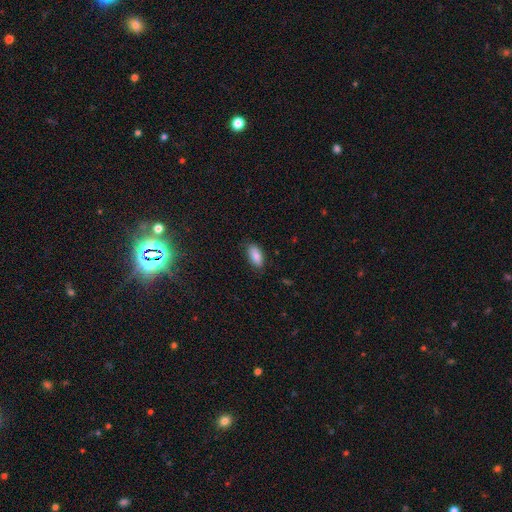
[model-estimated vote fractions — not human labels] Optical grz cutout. It shows a smooth galaxy with no disk features (87%) that is in between round and cigar-shaped (90%). Merging: none (81%).